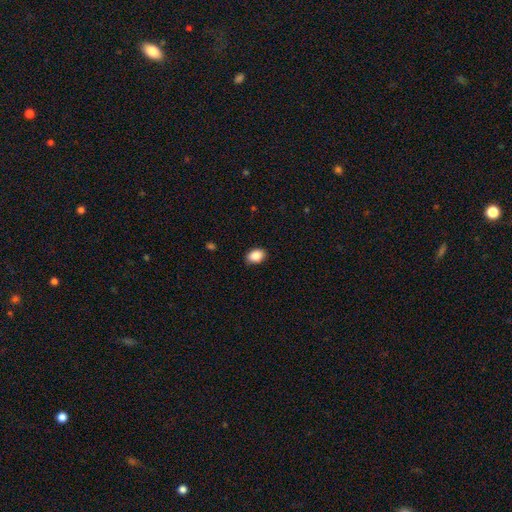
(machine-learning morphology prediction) Smooth or featured? smooth (88%)
How rounded? in between (79%)
Merging? none (88%)